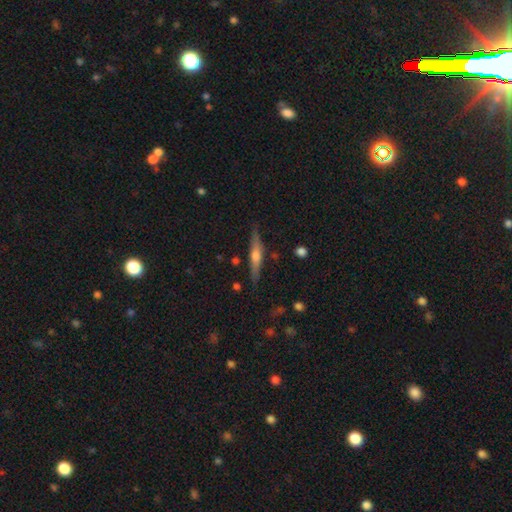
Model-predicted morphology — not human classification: Smooth or featured? Predicted: featured or disk (p=0.63). Edge-on disk? Predicted: yes (p=0.96). Edge-on bulge? Predicted: rounded (p=0.87). Merging? Predicted: none (p=0.85).